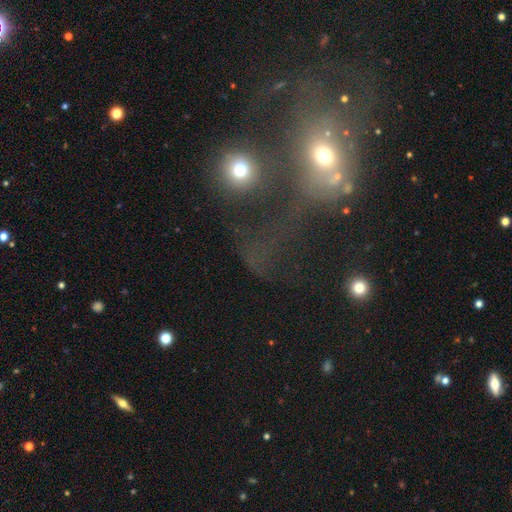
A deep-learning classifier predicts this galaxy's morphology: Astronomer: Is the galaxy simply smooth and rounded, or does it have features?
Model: smooth — 47% (runner-up: star or artifact, 33%).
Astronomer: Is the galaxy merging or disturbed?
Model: major disturbance — 32% (runner-up: none, 30%).